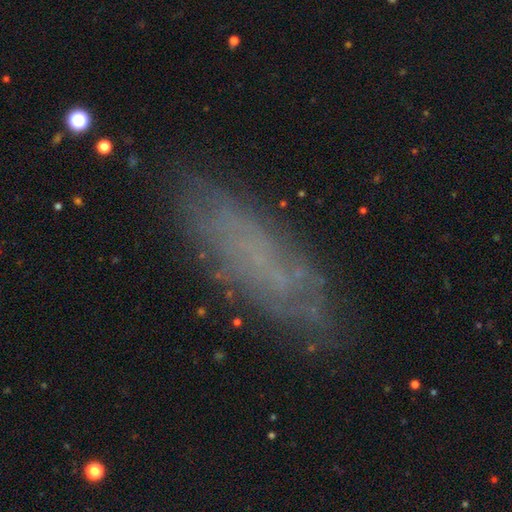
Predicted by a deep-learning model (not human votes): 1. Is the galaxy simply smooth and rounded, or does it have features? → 45% smooth, 40% featured or disk, 16% star or artifact.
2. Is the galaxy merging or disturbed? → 78% none, 15% minor disturbance, 5% major disturbance, 2% merger.